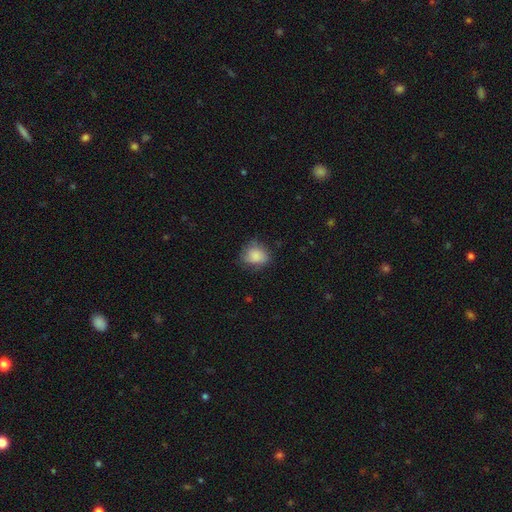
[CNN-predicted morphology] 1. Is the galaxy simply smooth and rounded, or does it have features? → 84% smooth, 9% featured or disk, 8% star or artifact.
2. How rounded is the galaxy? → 61% round, 38% in between, 1% cigar-shaped.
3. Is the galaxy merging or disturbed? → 64% none, 27% minor disturbance, 8% major disturbance, 1% merger.